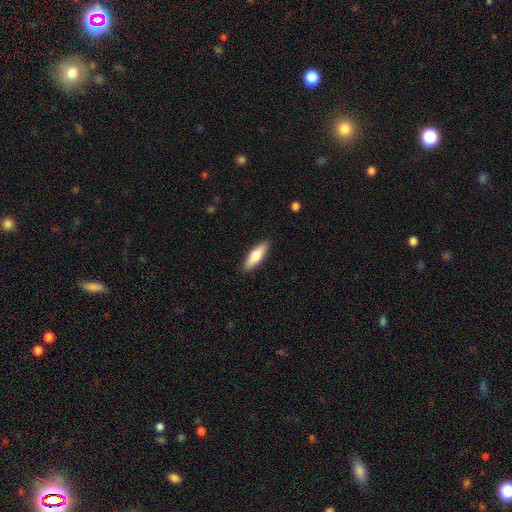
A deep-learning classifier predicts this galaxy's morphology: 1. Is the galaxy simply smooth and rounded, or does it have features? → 73% smooth, 22% featured or disk, 5% star or artifact.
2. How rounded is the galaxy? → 51% in between, 47% cigar-shaped, 2% round.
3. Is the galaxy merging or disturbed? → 90% none, 8% minor disturbance, 2% major disturbance, 1% merger.